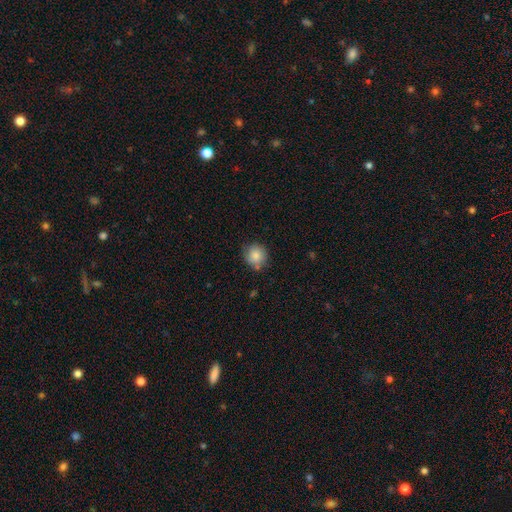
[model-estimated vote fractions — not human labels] Smooth or featured? smooth (85%)
How rounded? round (91%)
Merging? none (77%)